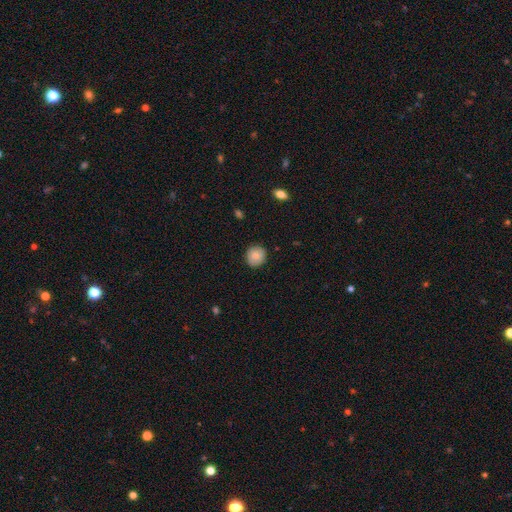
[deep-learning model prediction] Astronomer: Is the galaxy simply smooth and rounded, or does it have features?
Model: smooth — 79%.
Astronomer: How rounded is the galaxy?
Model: round — 87%.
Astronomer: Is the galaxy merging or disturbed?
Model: none — 88%.